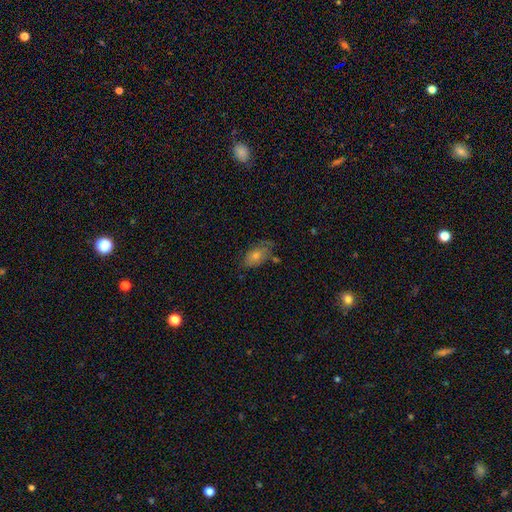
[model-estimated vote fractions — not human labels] This appears to be a smooth galaxy with no disk features (54%) that is in between round and cigar-shaped (85%). Merging: none (68%).